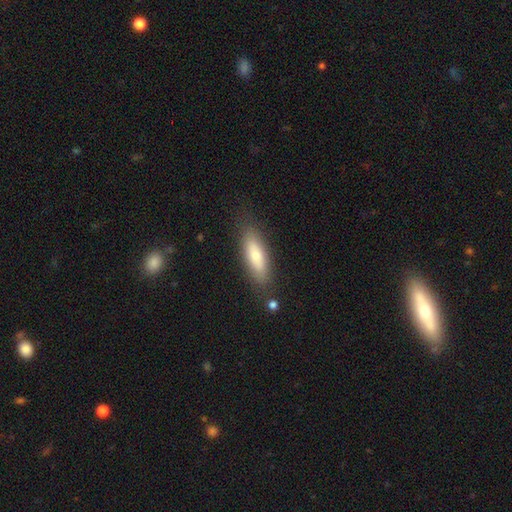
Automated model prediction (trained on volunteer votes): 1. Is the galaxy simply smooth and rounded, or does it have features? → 70% smooth, 23% featured or disk, 7% star or artifact.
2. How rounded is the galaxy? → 51% in between, 47% cigar-shaped, 2% round.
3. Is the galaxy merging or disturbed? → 80% none, 14% minor disturbance, 4% major disturbance, 3% merger.